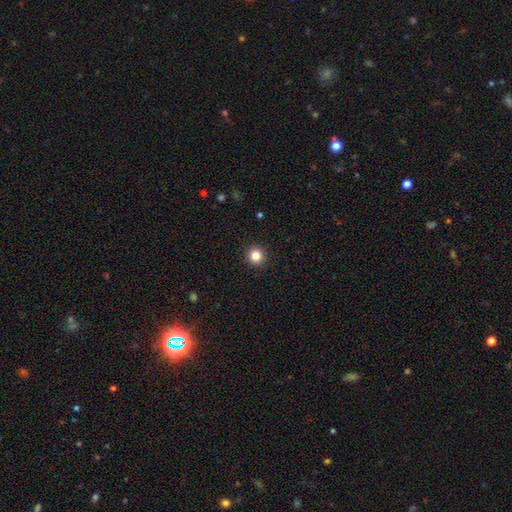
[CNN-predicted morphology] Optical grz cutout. It shows a smooth galaxy with no disk features (84%) that is round (95%). Merging: none (93%).